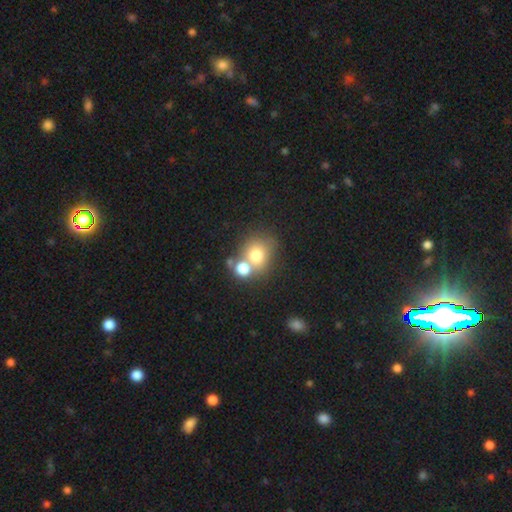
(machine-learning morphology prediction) Smooth or featured? Predicted: smooth (p=0.71). How rounded? Predicted: round (p=0.76). Merging? Predicted: none (p=0.44).